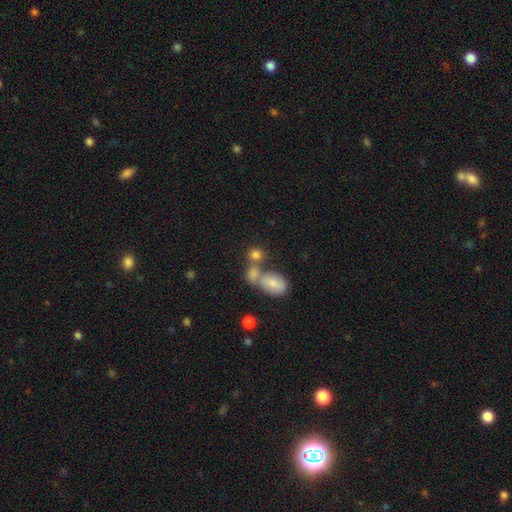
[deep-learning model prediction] Q: Smooth or featured?
A: smooth (72%); runner-up: star or artifact (15%)
Q: How rounded?
A: round (60%); runner-up: in between (38%)
Q: Merging?
A: merger (48%); runner-up: none (39%)